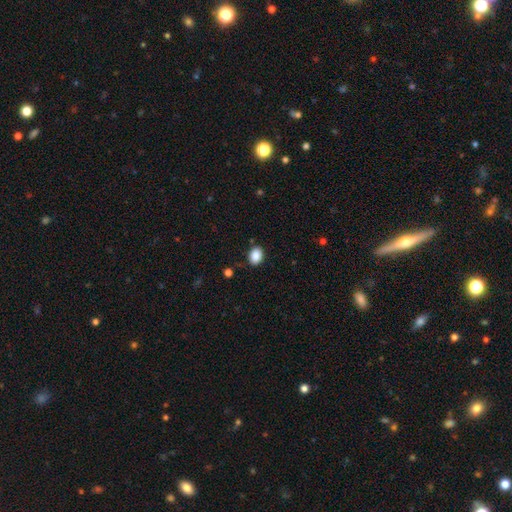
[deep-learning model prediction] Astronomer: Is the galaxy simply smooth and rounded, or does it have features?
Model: smooth — 88%.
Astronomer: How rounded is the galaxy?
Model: in between — 67%.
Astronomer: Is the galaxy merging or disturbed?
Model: none — 85%.